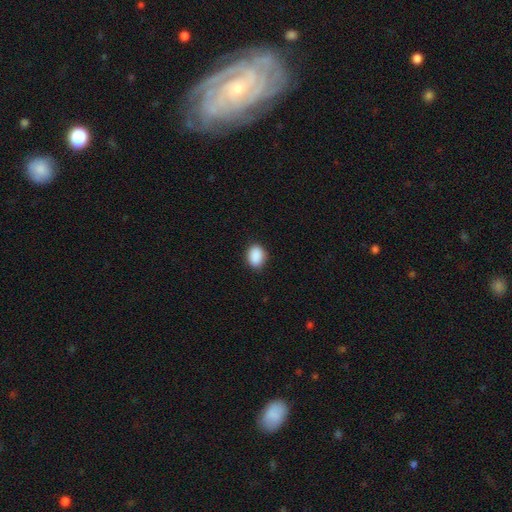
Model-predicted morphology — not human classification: This is clearly a smooth galaxy (90%). How rounded: likely in between (72%). Merging: clearly none (87%).